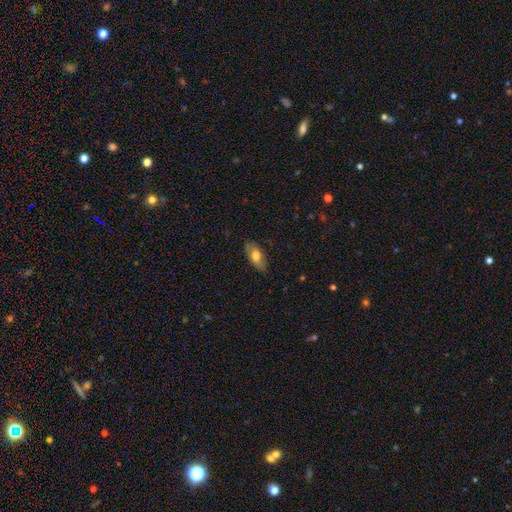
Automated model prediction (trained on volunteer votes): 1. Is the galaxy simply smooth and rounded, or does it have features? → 65% smooth, 29% featured or disk, 7% star or artifact.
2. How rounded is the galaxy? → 85% in between, 12% cigar-shaped, 3% round.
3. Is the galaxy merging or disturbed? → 77% none, 18% minor disturbance, 4% major disturbance, 1% merger.